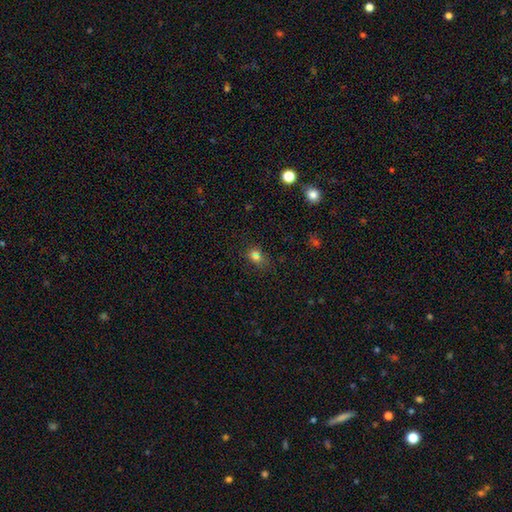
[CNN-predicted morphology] Smooth or featured?
  - smooth: 77% *
  - star or artifact: 16%
  - featured or disk: 8%
How rounded?
  - round: 50% *
  - in between: 49%
  - cigar-shaped: 2%
Merging?
  - none: 62% *
  - minor disturbance: 22%
  - merger: 9%
  - major disturbance: 7%